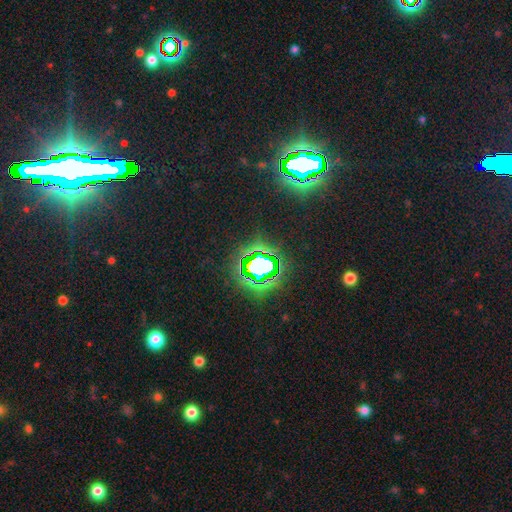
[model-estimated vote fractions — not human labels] This is clearly a star or artifact rather than a galaxy (84%).